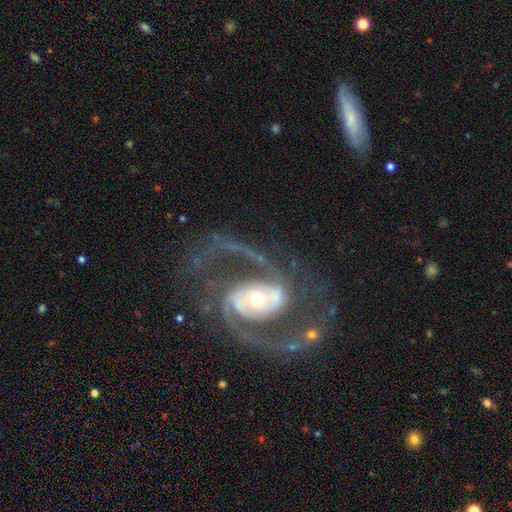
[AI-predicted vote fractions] Smooth or featured? Predicted: featured or disk (p=0.91). Edge-on disk? Predicted: no (p=0.97). Bar? Predicted: no (p=0.39). Spiral arms? Predicted: yes (p=0.96). Spiral winding? Predicted: medium (p=0.62). Spiral arm count? Predicted: 2 (p=0.93). Bulge size? Predicted: moderate (p=0.52). Merging? Predicted: none (p=0.76).